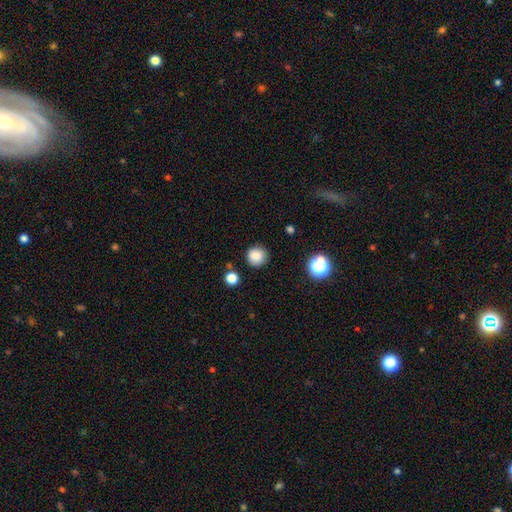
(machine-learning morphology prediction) A smooth galaxy with no disk features (84%) that is round (94%). Merging: none (87%).